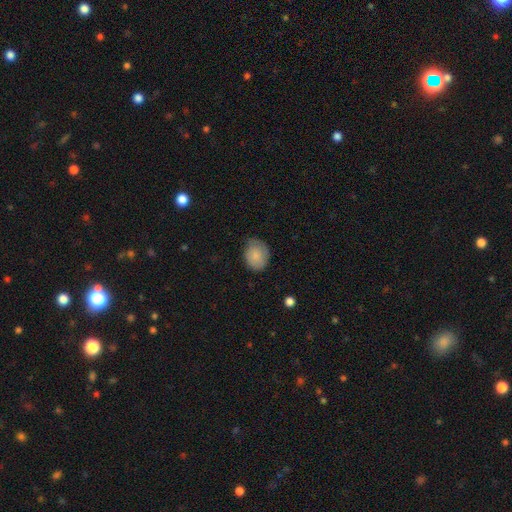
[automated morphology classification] smooth-or-featured: smooth: 83% | featured or disk: 10% | star or artifact: 7%
  how-rounded: in between: 54% | round: 45% | cigar-shaped: 1%
  merging: none: 63% | minor disturbance: 30% | major disturbance: 6% | merger: 1%